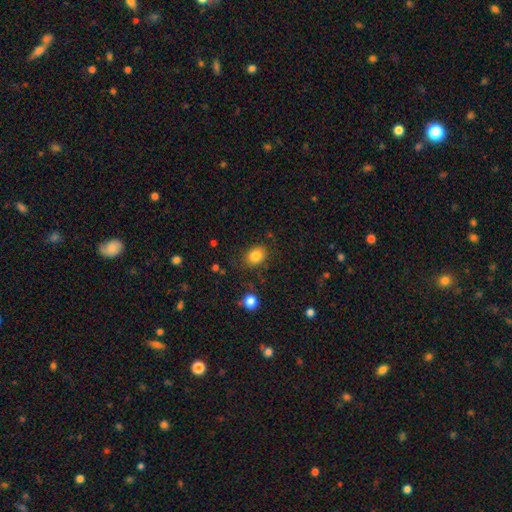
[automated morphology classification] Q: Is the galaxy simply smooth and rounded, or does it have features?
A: smooth — 83%.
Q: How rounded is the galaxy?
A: in between — 54%.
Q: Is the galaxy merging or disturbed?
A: none — 80%.